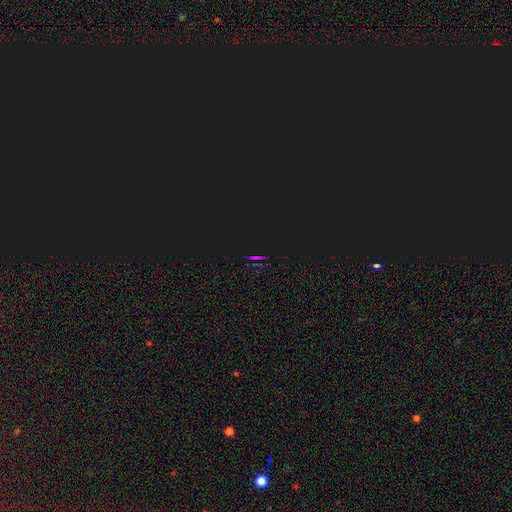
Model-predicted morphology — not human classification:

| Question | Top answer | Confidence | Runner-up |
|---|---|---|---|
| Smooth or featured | star or artifact | 81% | smooth (11%) |